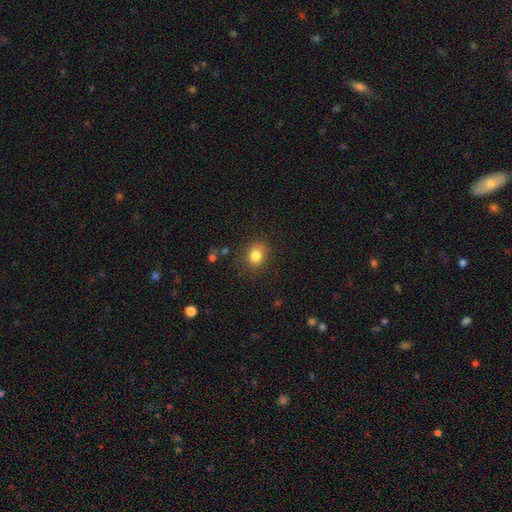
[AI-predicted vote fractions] Smooth or featured: smooth — 83% (star or artifact — 11%)
How rounded: round — 65% (in between — 34%)
Merging: none — 83% (minor disturbance — 12%)